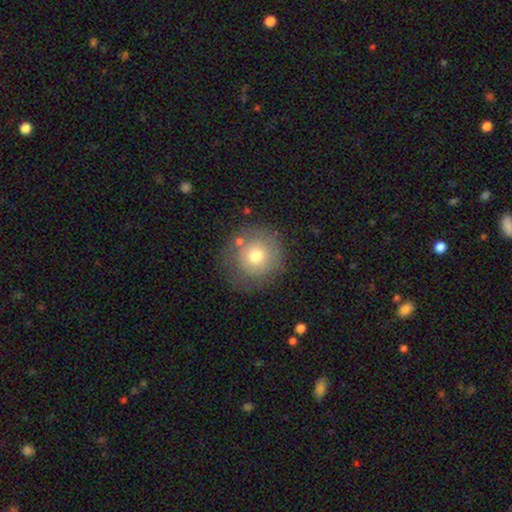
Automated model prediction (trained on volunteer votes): smooth-or-featured: smooth: 66% | featured or disk: 24% | star or artifact: 10%
  how-rounded: round: 94% | in between: 6% | cigar-shaped: 1%
  merging: none: 74% | minor disturbance: 15% | major disturbance: 7% | merger: 4%